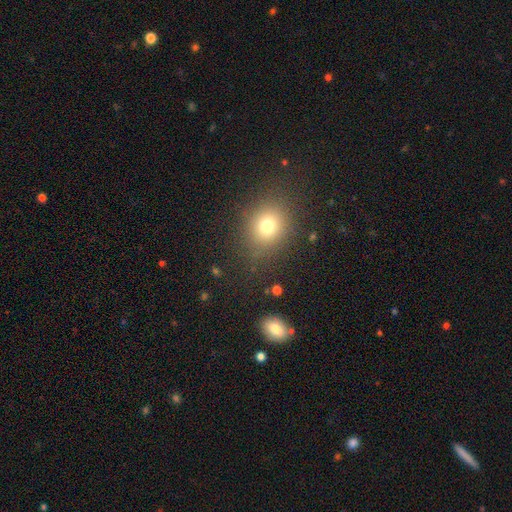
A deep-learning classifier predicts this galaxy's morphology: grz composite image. It shows a smooth galaxy with no disk features (68%) that is round (58%). Merging: none (87%).